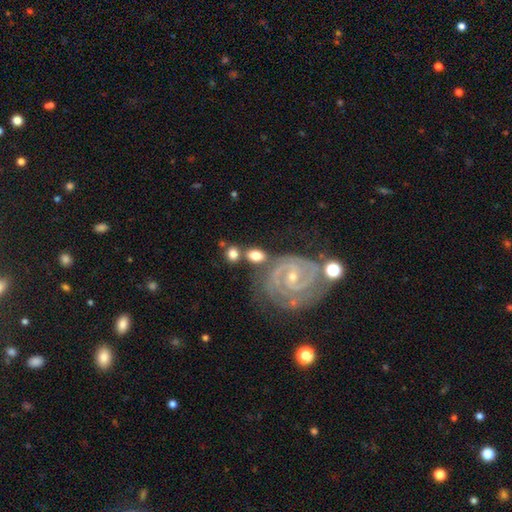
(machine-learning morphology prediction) smooth-or-featured: smooth: 47% | featured or disk: 46% | star or artifact: 7%
  merging: none: 61% | minor disturbance: 17% | merger: 16% | major disturbance: 6%